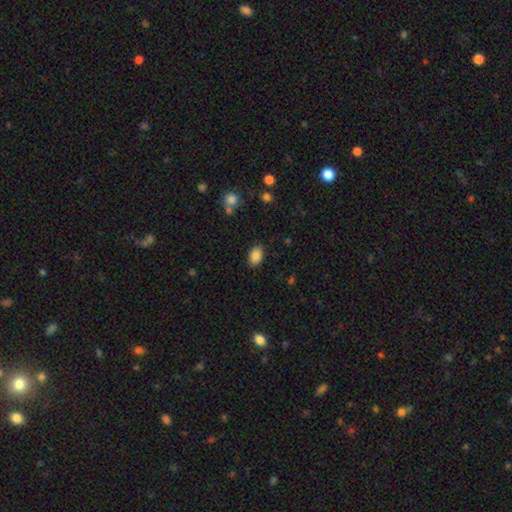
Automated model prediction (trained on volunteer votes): The model was most divided on "how rounded": in between: 86%, round: 13%, cigar-shaped: 1%. More confident: smooth or featured — smooth (87%); merging — none (87%).